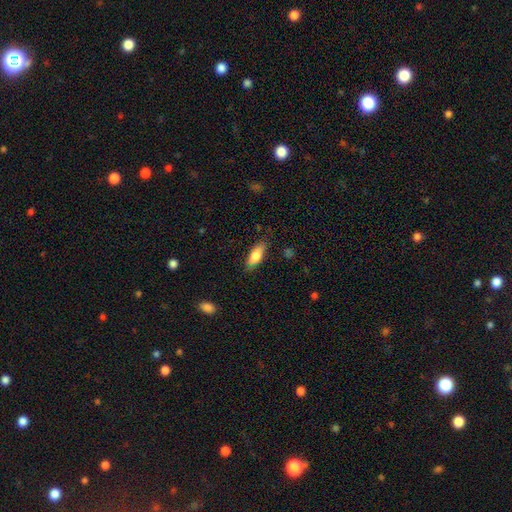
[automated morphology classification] This is likely a smooth galaxy (78%). How rounded: likely in between (69%). Merging: clearly none (82%).